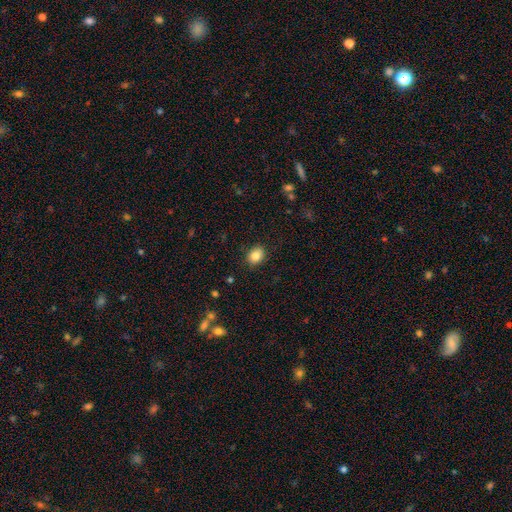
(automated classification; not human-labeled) Smooth or featured: smooth — 84% (star or artifact — 9%)
How rounded: in between — 54% (round — 45%)
Merging: none — 88% (minor disturbance — 9%)